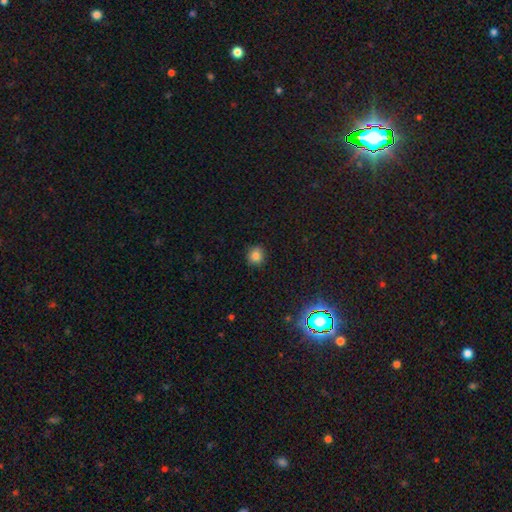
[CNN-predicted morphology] smooth 82%, star or artifact 13%, featured or disk 5%. Down the decision tree: how rounded — round (87%); merging — none (88%).